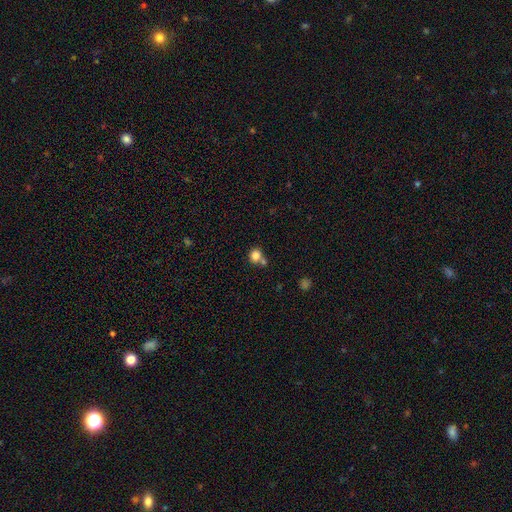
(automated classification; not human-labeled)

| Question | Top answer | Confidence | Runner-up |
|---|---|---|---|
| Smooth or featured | smooth | 82% | star or artifact (11%) |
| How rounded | round | 79% | in between (20%) |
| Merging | none | 54% | merger (33%) |